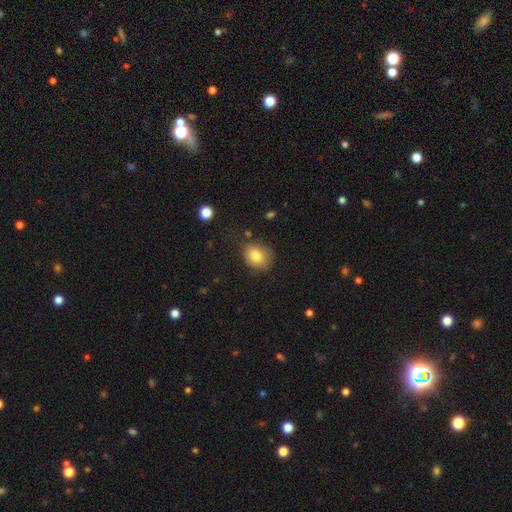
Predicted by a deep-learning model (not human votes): Smooth or featured? Predicted: smooth (p=0.83). How rounded? Predicted: in between (p=0.54). Merging? Predicted: none (p=0.73).